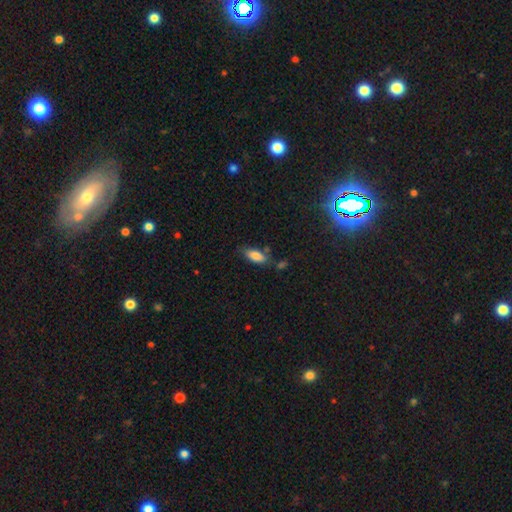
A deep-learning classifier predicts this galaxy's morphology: smooth_or_featured: smooth (p=0.83) [alt: featured or disk p=0.09]
how_rounded: in between (p=0.81) [alt: cigar-shaped p=0.17]
merging: none (p=0.68) [alt: minor disturbance p=0.19]